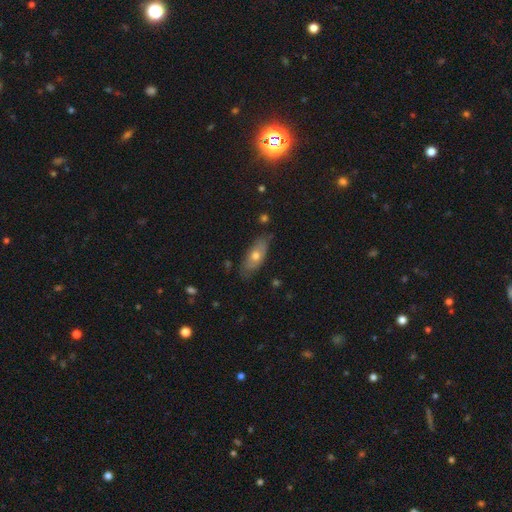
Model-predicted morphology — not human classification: The model was most divided on "smooth or featured": smooth: 57%, featured or disk: 36%, star or artifact: 7%. More confident: how rounded — in between (81%); merging — none (74%).